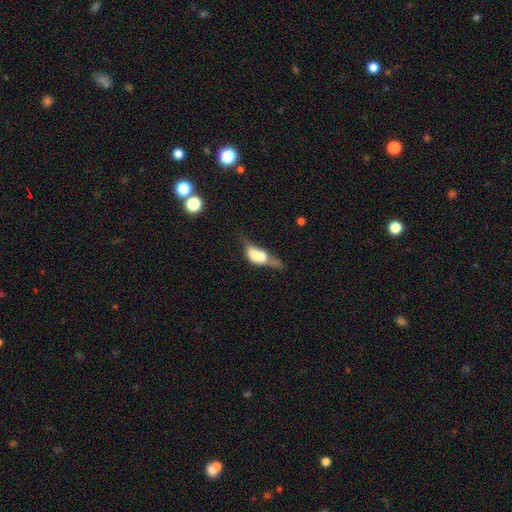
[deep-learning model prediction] Morphology: type=smooth (51%); roundness=in between (69%); merging=merger (49%).